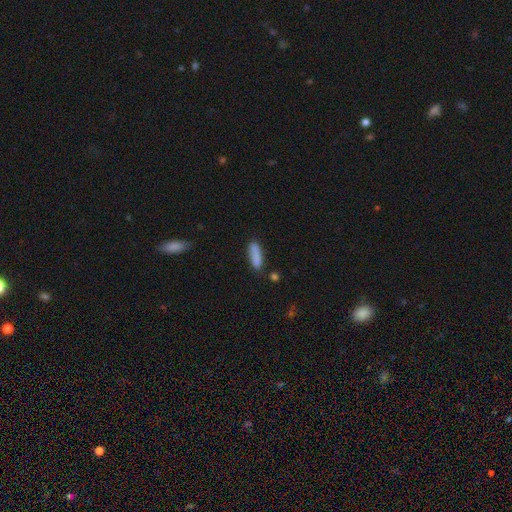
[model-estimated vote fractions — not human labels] A smooth galaxy with no disk features (86%) that is cigar-shaped (52%). Merging: none (74%).